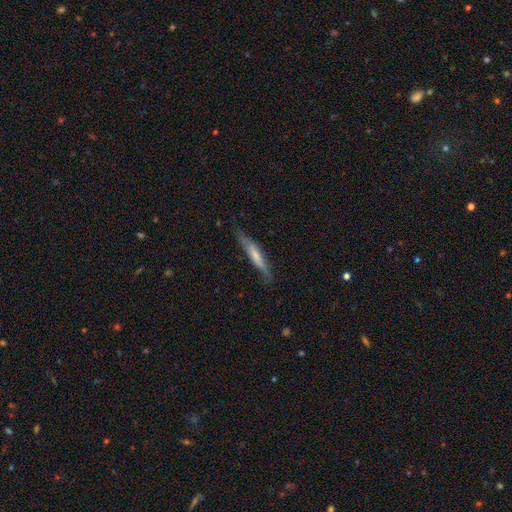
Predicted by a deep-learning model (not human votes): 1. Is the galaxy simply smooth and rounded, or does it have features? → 52% smooth, 42% featured or disk, 6% star or artifact.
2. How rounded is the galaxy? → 90% cigar-shaped, 9% in between, 1% round.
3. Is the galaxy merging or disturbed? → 73% none, 21% minor disturbance, 5% major disturbance, 2% merger.